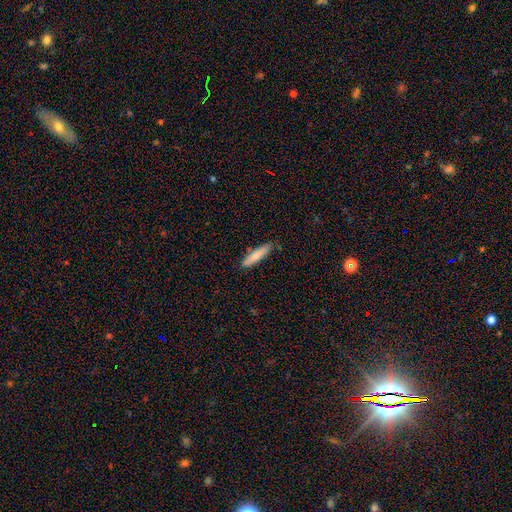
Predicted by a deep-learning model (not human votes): Q: Smooth or featured?
A: smooth (79%); runner-up: featured or disk (15%)
Q: How rounded?
A: cigar-shaped (84%); runner-up: in between (15%)
Q: Merging?
A: none (81%); runner-up: minor disturbance (14%)